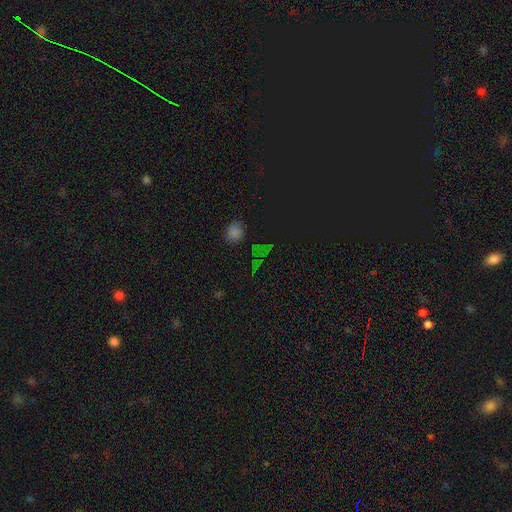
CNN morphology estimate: A star or artifact, not a galaxy (62%).